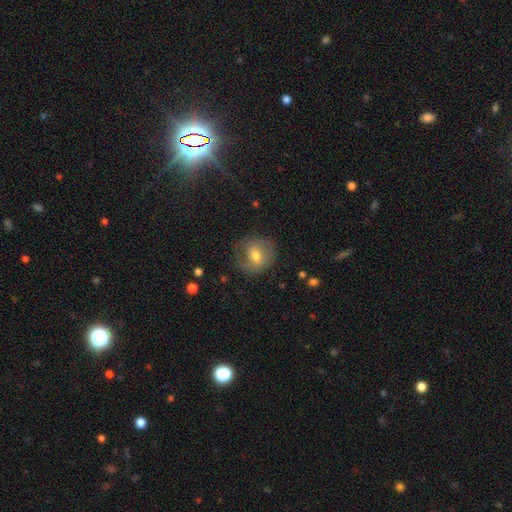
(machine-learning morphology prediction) A smooth galaxy with no disk features (49%). Merging: none (70%).